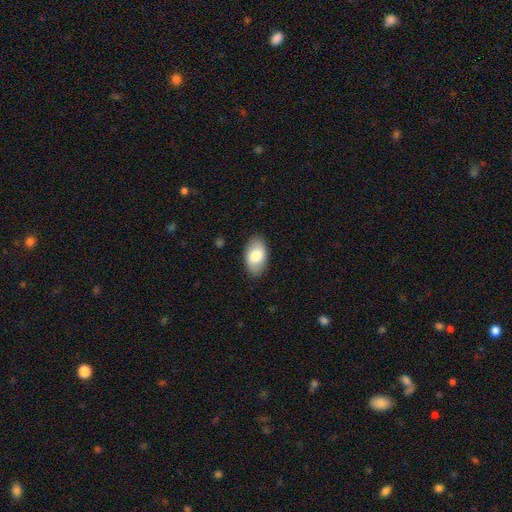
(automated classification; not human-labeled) Smooth or featured?
  - smooth: 77% *
  - featured or disk: 17%
  - star or artifact: 6%
How rounded?
  - in between: 94% *
  - round: 5%
  - cigar-shaped: 1%
Merging?
  - none: 87% *
  - minor disturbance: 10%
  - major disturbance: 2%
  - merger: 1%